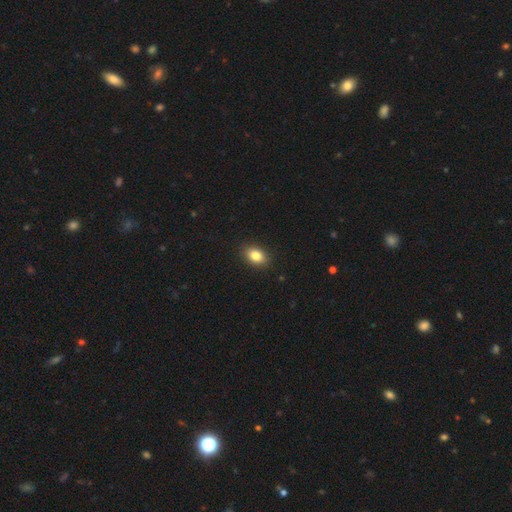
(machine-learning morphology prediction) smooth_or_featured: smooth (p=0.84) [alt: star or artifact p=0.09]
how_rounded: in between (p=0.79) [alt: round p=0.20]
merging: none (p=0.89) [alt: minor disturbance p=0.08]